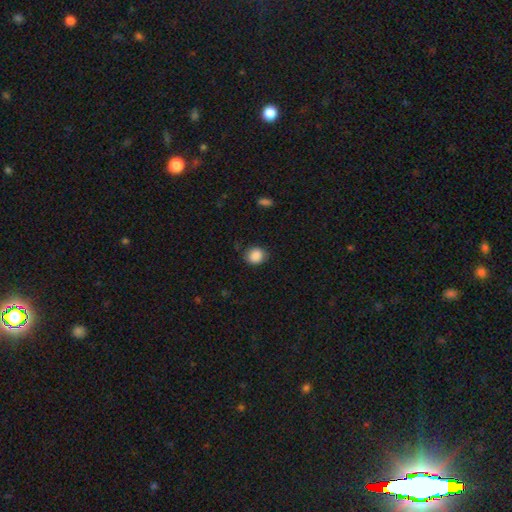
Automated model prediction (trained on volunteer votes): Smooth or featured?
  - smooth: 88% *
  - star or artifact: 9%
  - featured or disk: 4%
How rounded?
  - round: 71% *
  - in between: 28%
  - cigar-shaped: 1%
Merging?
  - none: 80% *
  - minor disturbance: 15%
  - major disturbance: 4%
  - merger: 1%